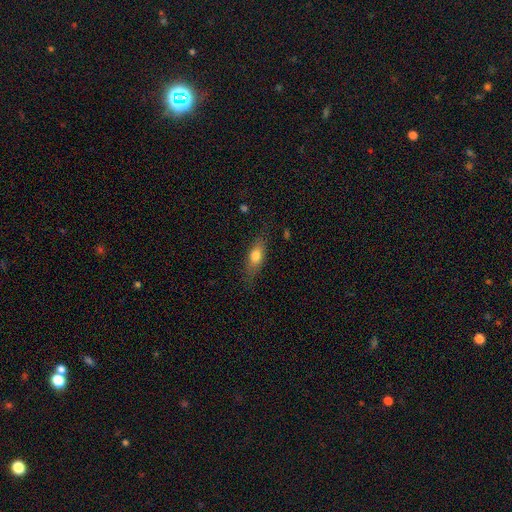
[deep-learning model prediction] smooth 72%, featured or disk 20%, star or artifact 8%. Down the decision tree: how rounded — in between (67%); merging — none (75%).